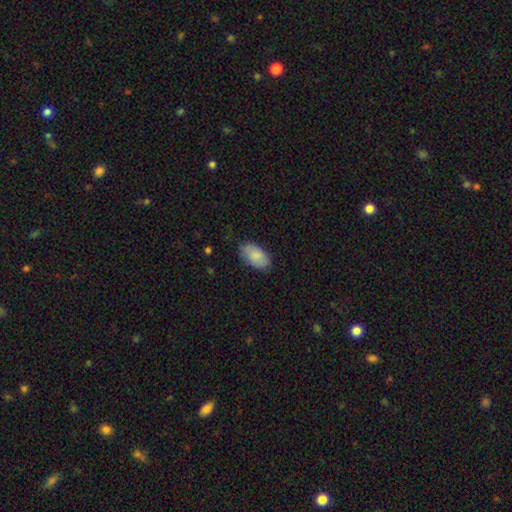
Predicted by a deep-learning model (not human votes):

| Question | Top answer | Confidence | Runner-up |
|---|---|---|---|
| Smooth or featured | smooth | 84% | featured or disk (10%) |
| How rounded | in between | 95% | round (3%) |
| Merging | none | 78% | minor disturbance (17%) |